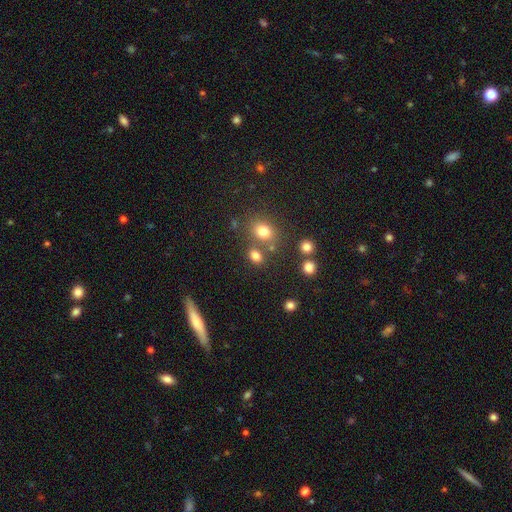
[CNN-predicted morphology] Smooth or featured?
  - smooth: 77% *
  - star or artifact: 16%
  - featured or disk: 7%
How rounded?
  - in between: 59% *
  - round: 40%
  - cigar-shaped: 2%
Merging?
  - none: 65% *
  - merger: 20%
  - minor disturbance: 11%
  - major disturbance: 5%